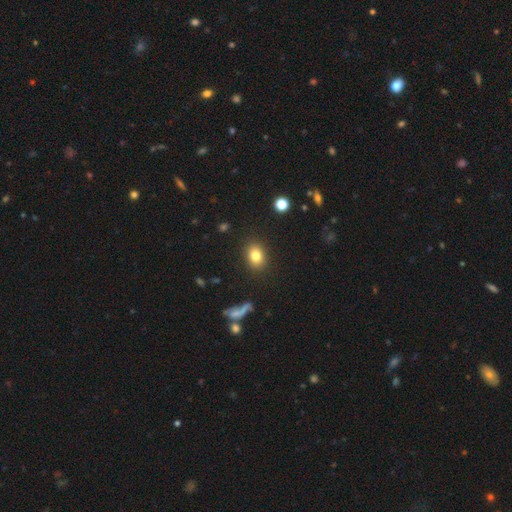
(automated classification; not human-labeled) A smooth galaxy with no disk features (80%) that is in between round and cigar-shaped (61%).

Vote fractions:
- Smooth or featured? smooth: 80% / star or artifact: 10% / featured or disk: 9%
- How rounded? in between: 61% / round: 37% / cigar-shaped: 2%
- Merging? none: 87% / minor disturbance: 8% / major disturbance: 3% / merger: 2%